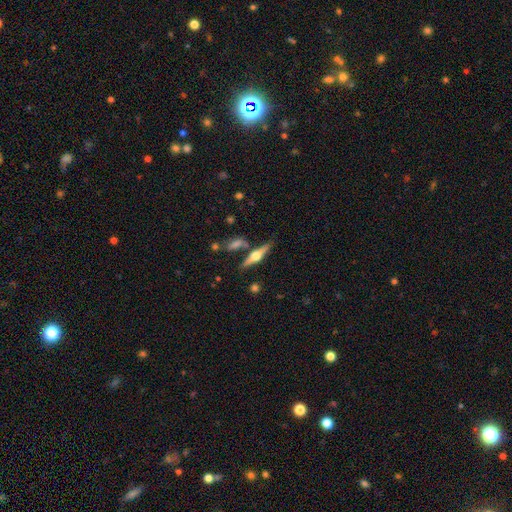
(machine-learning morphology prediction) A featured or disk galaxy (70%) viewed edge-on (96%) with a rounded central bulge (95%).

Vote fractions:
- Smooth or featured? featured or disk: 70% / smooth: 23% / star or artifact: 6%
- Edge-on disk? yes: 96% / no: 4%
- Edge-on bulge? rounded: 95% / boxy: 4% / none: 2%
- Merging? none: 75% / minor disturbance: 11% / merger: 10% / major disturbance: 3%